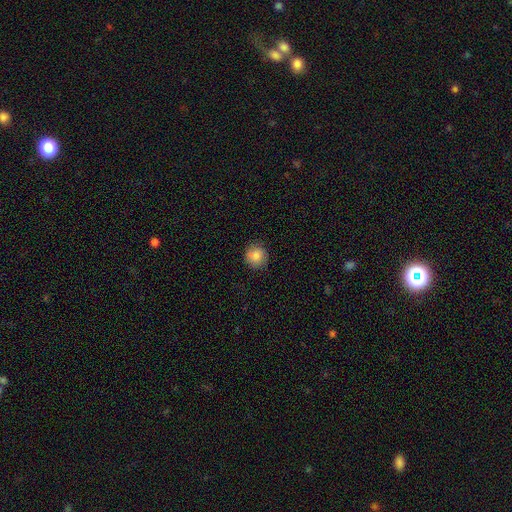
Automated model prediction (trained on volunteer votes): A smooth galaxy with no disk features (83%) that is round (90%).

Vote fractions:
- Smooth or featured? smooth: 83% / star or artifact: 9% / featured or disk: 8%
- How rounded? round: 90% / in between: 9% / cigar-shaped: 1%
- Merging? none: 86% / minor disturbance: 10% / major disturbance: 2% / merger: 1%